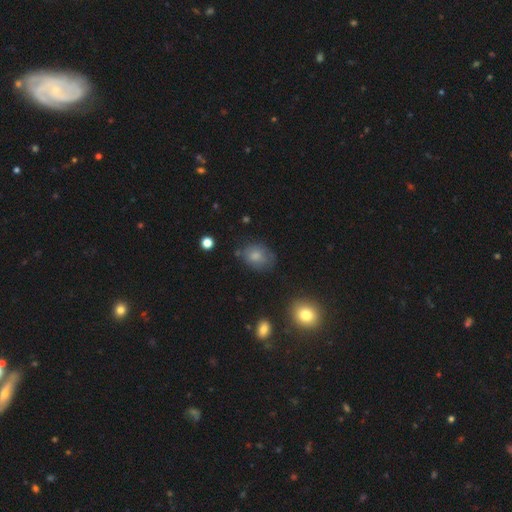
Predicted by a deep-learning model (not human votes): Morphology: type=smooth (73%); roundness=in between (58%); merging=none (62%).